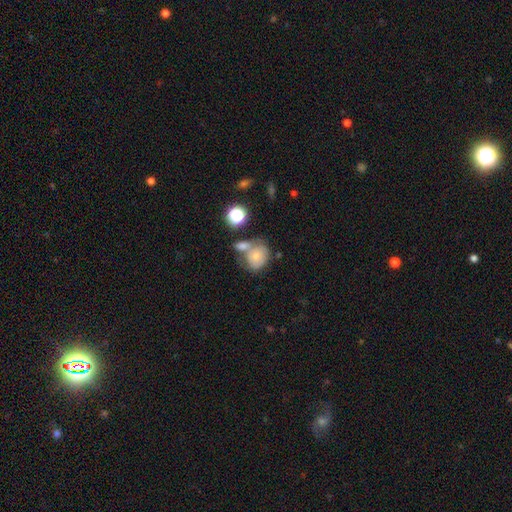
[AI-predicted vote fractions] This is likely a smooth galaxy (67%). How rounded: possibly round (55%). Merging: possibly merger (45%).